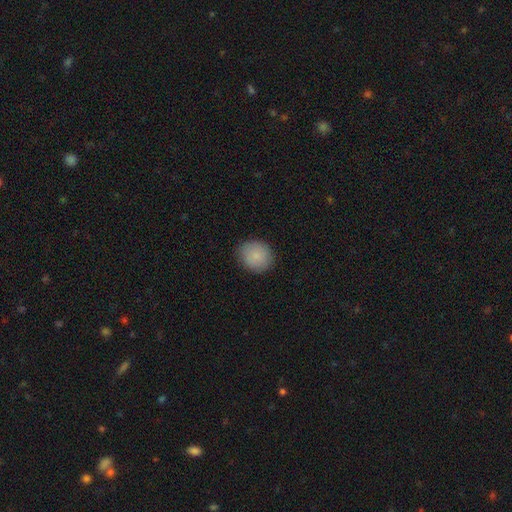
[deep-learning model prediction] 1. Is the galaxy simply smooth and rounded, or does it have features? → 87% smooth, 8% star or artifact, 6% featured or disk.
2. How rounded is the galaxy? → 74% round, 25% in between, 1% cigar-shaped.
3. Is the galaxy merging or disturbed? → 86% none, 11% minor disturbance, 3% major disturbance, 1% merger.